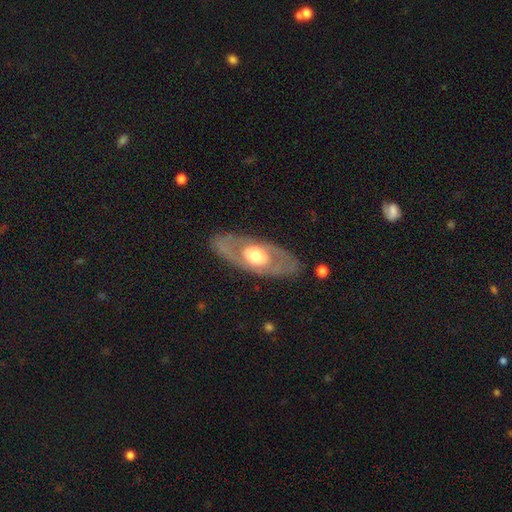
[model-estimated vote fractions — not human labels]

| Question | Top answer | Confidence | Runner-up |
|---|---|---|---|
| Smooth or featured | featured or disk | 65% | smooth (30%) |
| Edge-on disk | no | 84% | yes (16%) |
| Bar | no | 84% | weak (12%) |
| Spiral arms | no | 75% | yes (25%) |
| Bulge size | moderate | 57% | large (32%) |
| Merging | none | 82% | minor disturbance (11%) |